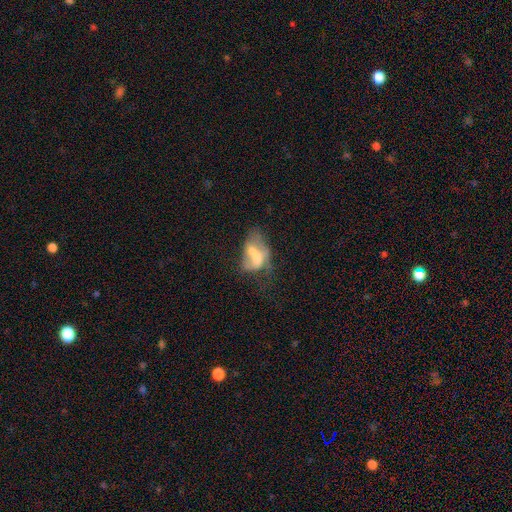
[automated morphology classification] A featured or disk galaxy (46%). Merging: merger (42%).